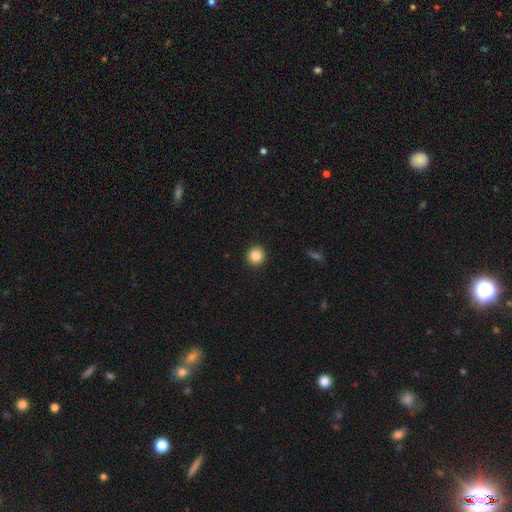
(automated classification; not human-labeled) Smooth or featured? smooth (86%)
How rounded? round (94%)
Merging? none (93%)